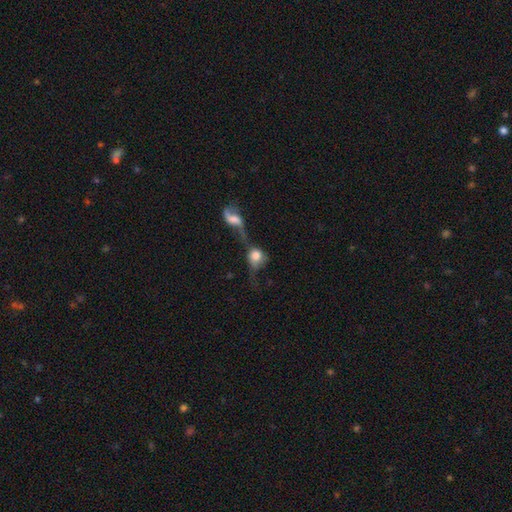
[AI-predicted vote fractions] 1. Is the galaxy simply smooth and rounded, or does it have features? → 62% smooth, 29% featured or disk, 9% star or artifact.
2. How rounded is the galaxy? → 56% round, 40% in between, 4% cigar-shaped.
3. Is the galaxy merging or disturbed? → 73% merger, 11% major disturbance, 11% none, 6% minor disturbance.